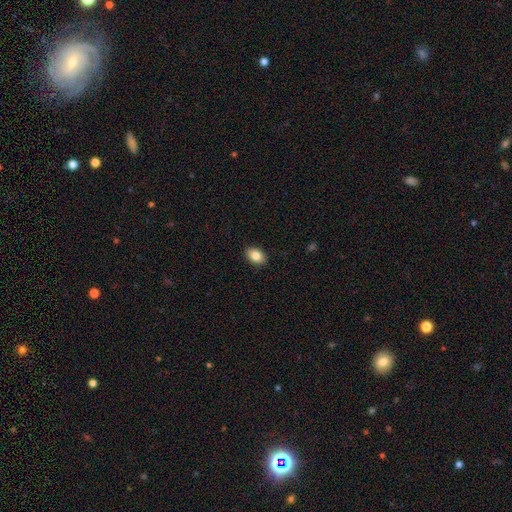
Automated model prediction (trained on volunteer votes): The model was most divided on "how rounded": in between: 85%, round: 14%, cigar-shaped: 1%. More confident: merging — none (90%); smooth or featured — smooth (83%).